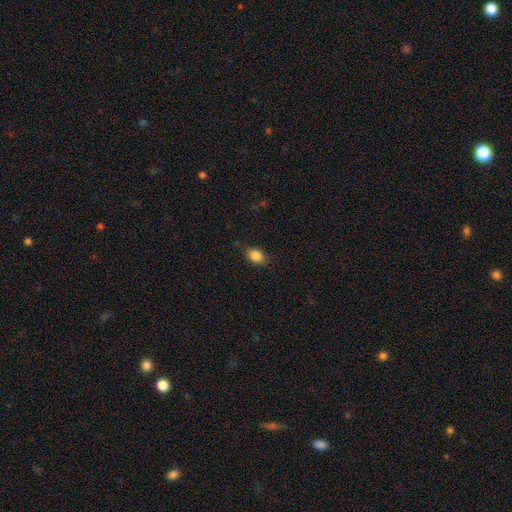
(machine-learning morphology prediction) Smooth or featured?
  - smooth: 86% *
  - star or artifact: 9%
  - featured or disk: 5%
How rounded?
  - in between: 75% *
  - round: 23%
  - cigar-shaped: 2%
Merging?
  - none: 82% *
  - minor disturbance: 14%
  - major disturbance: 3%
  - merger: 1%